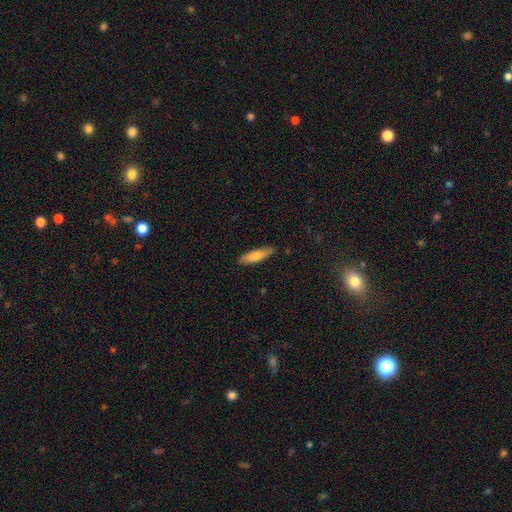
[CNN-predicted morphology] Q: Smooth or featured?
A: smooth (76%); runner-up: featured or disk (19%)
Q: How rounded?
A: cigar-shaped (67%); runner-up: in between (31%)
Q: Merging?
A: none (88%); runner-up: minor disturbance (9%)